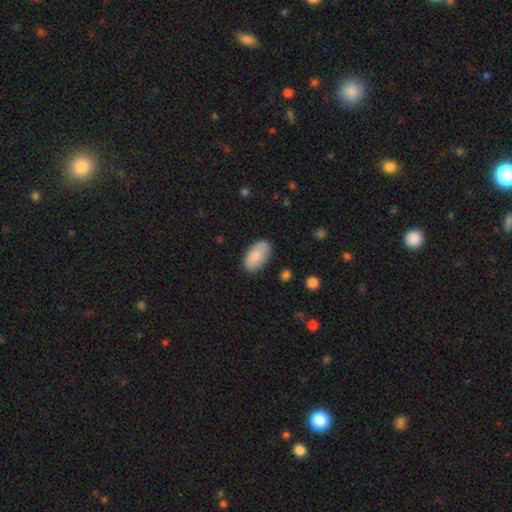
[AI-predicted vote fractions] smooth-or-featured: smooth: 84% | featured or disk: 10% | star or artifact: 6%
  how-rounded: in between: 95% | round: 3% | cigar-shaped: 2%
  merging: none: 82% | minor disturbance: 13% | major disturbance: 3% | merger: 2%